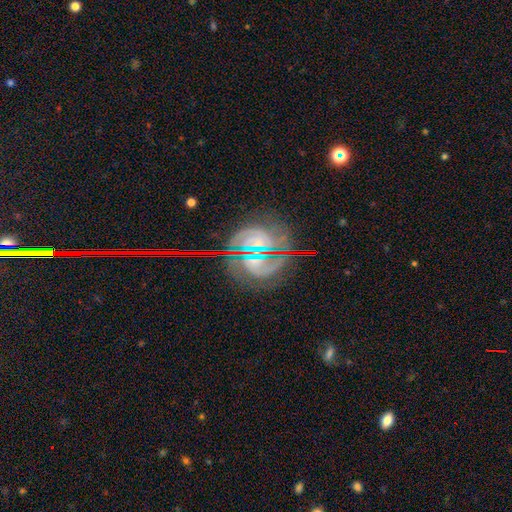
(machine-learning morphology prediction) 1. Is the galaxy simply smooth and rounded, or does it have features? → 72% featured or disk, 17% star or artifact, 11% smooth.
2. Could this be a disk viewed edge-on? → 97% no, 3% yes.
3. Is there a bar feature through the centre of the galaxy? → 44% no, 39% weak, 18% strong.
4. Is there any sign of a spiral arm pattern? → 94% yes, 6% no.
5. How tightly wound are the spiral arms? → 56% tight, 35% medium, 8% loose.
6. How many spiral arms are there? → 31% 2, 23% can't tell, 21% 3, 10% 4, 8% more than 4, 8% 1.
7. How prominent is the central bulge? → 59% small, 24% moderate, 10% none, 5% large, 2% dominant.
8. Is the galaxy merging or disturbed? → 64% none, 15% minor disturbance, 11% merger, 10% major disturbance.